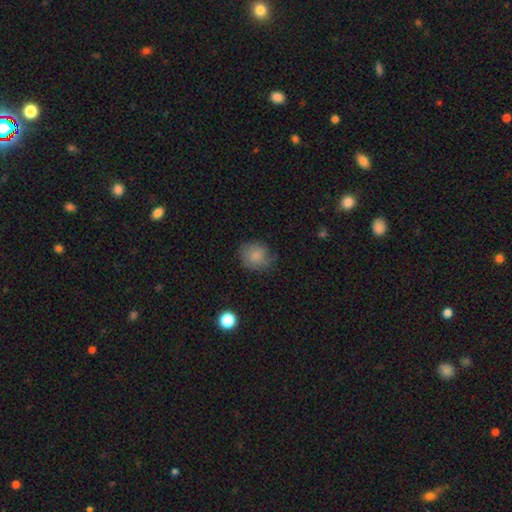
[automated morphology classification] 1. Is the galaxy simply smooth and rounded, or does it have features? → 82% smooth, 9% star or artifact, 8% featured or disk.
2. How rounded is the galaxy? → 78% round, 21% in between, 1% cigar-shaped.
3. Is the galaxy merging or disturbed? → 66% none, 25% minor disturbance, 7% major disturbance, 2% merger.